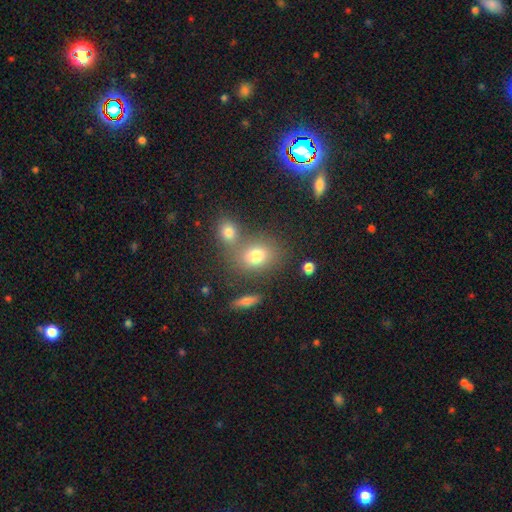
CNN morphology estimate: smooth 76%, star or artifact 13%, featured or disk 11%. Down the decision tree: how rounded — in between (52%); merging — none (53%).